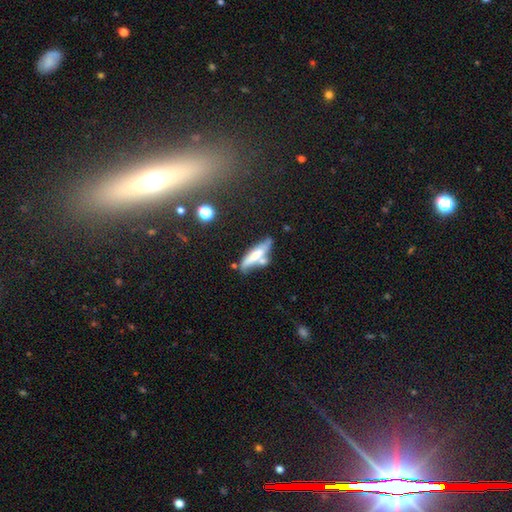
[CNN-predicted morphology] Smooth or featured?
  - smooth: 55% *
  - featured or disk: 37%
  - star or artifact: 8%
How rounded?
  - cigar-shaped: 68% *
  - in between: 29%
  - round: 2%
Merging?
  - none: 46% *
  - merger: 28%
  - minor disturbance: 19%
  - major disturbance: 7%